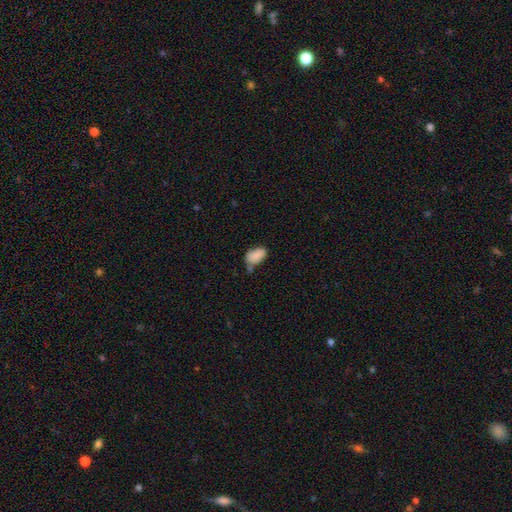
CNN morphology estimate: A smooth galaxy with no disk features (85%) that is in between round and cigar-shaped (92%).

Vote fractions:
- Smooth or featured? smooth: 85% / star or artifact: 8% / featured or disk: 7%
- How rounded? in between: 92% / round: 7% / cigar-shaped: 2%
- Merging? none: 52% / minor disturbance: 28% / merger: 13% / major disturbance: 7%